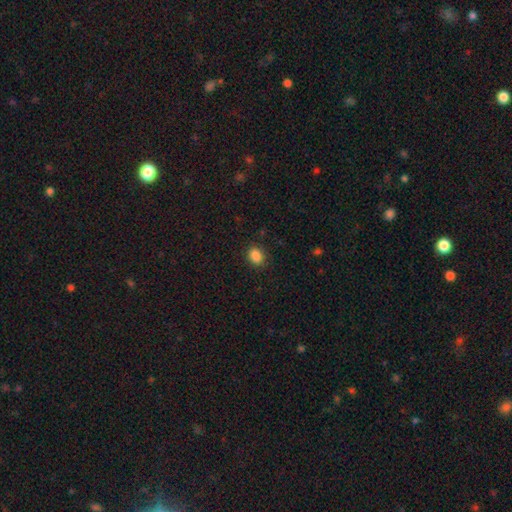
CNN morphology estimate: Overall: smooth (87%). How rounded: in between (57%; round 42%). Merging: none (88%).